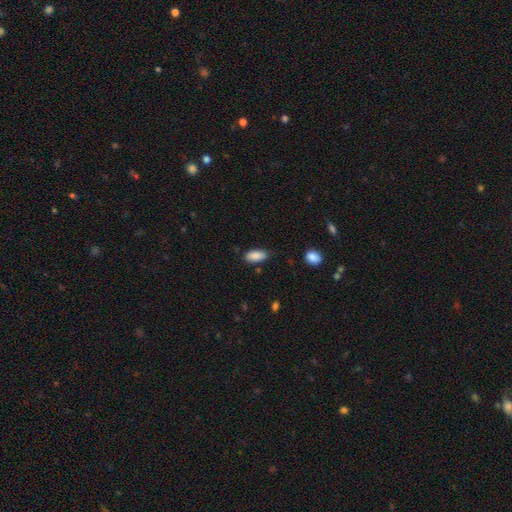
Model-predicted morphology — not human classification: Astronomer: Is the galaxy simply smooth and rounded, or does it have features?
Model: smooth — 88%.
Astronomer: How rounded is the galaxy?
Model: in between — 87%.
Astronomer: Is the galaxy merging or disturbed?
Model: none — 80%.